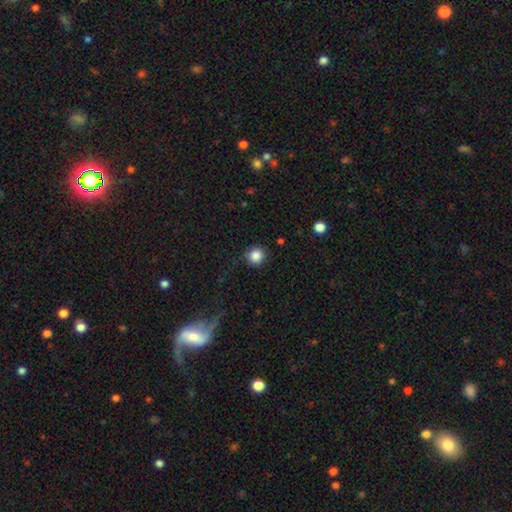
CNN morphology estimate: Overall: smooth (85%). How rounded: round (93%). Merging: none (83%).